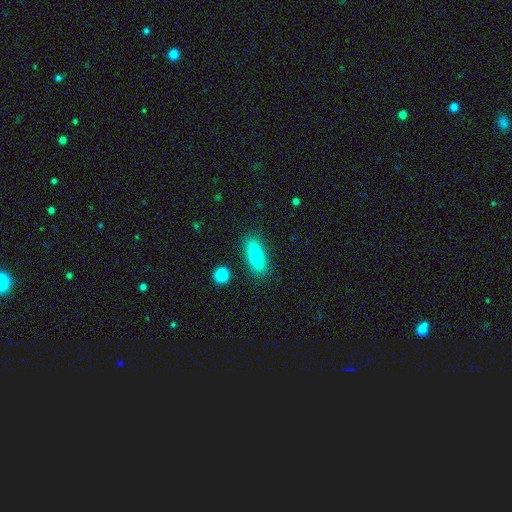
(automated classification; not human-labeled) A smooth galaxy with no disk features (70%) that is cigar-shaped (50%). Merging: none (86%).